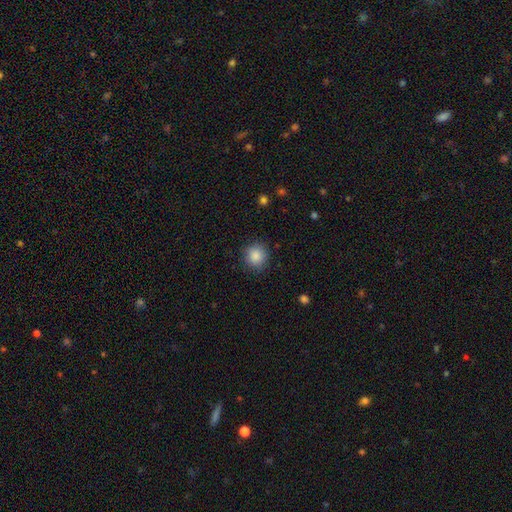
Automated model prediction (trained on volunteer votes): A smooth galaxy with no disk features (87%) that is round (90%). Merging: none (88%).